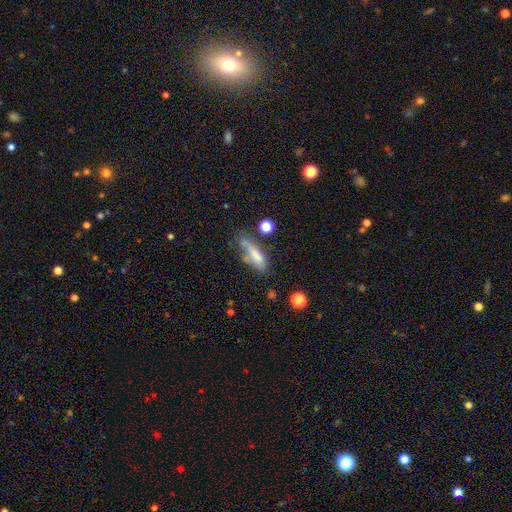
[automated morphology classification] A smooth galaxy with no disk features (65%) that is cigar-shaped (54%).

Vote fractions:
- Smooth or featured? smooth: 65% / featured or disk: 26% / star or artifact: 9%
- How rounded? cigar-shaped: 54% / in between: 43% / round: 3%
- Merging? none: 39% / minor disturbance: 28% / major disturbance: 19% / merger: 13%